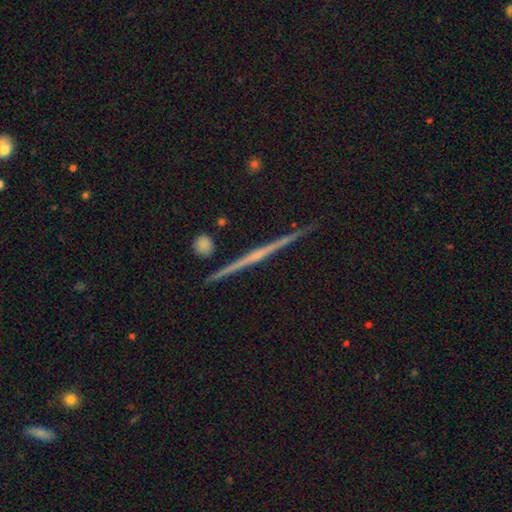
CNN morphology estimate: This is likely a featured or disk galaxy (78%). It is clearly viewed edge-on (98%). Edge-on bulge: possibly none (58%). Merging: clearly none (90%).